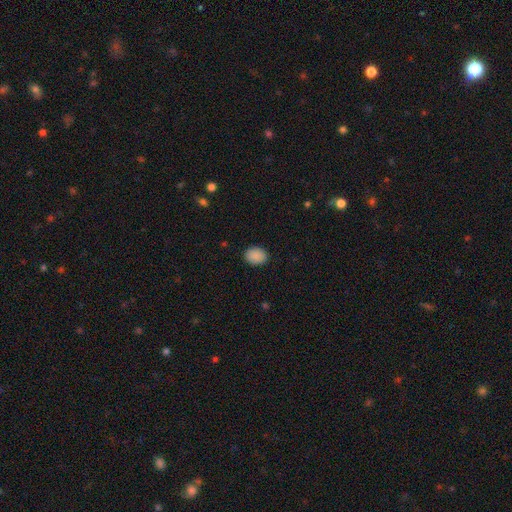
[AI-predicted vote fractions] The model was most divided on "how rounded": in between: 64%, round: 35%, cigar-shaped: 1%. More confident: smooth or featured — smooth (89%); merging — none (89%).